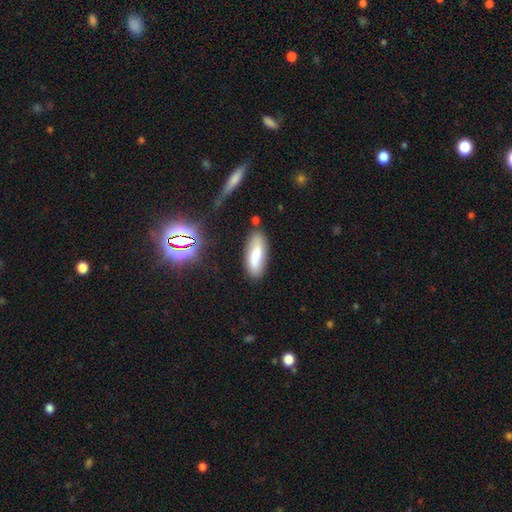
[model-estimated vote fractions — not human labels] A smooth galaxy with no disk features (74%) that is in between round and cigar-shaped (66%).

Vote fractions:
- Smooth or featured? smooth: 74% / featured or disk: 17% / star or artifact: 9%
- How rounded? in between: 66% / cigar-shaped: 32% / round: 2%
- Merging? none: 80% / minor disturbance: 13% / merger: 4% / major disturbance: 3%